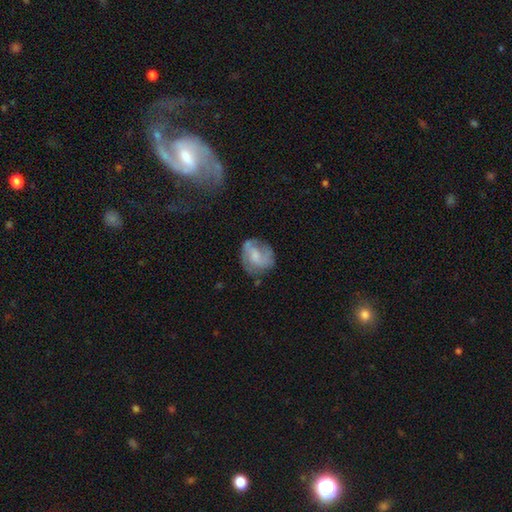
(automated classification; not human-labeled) Smooth or featured? featured or disk (56%)
Edge-on disk? no (97%)
Bar? no (50%)
Spiral arms? yes (71%)
Bulge size? moderate (33%)
Merging? none (57%)